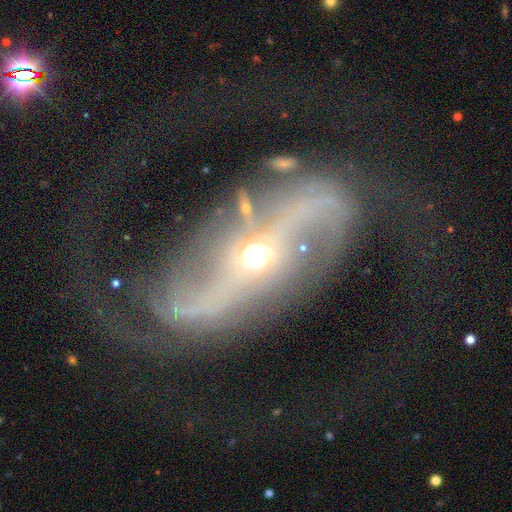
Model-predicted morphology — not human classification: type=featured or disk (83%); edge-on=no (81%); bar=no (48%); spiral arms=yes (72%); bulge=moderate (59%); merging=none (46%).